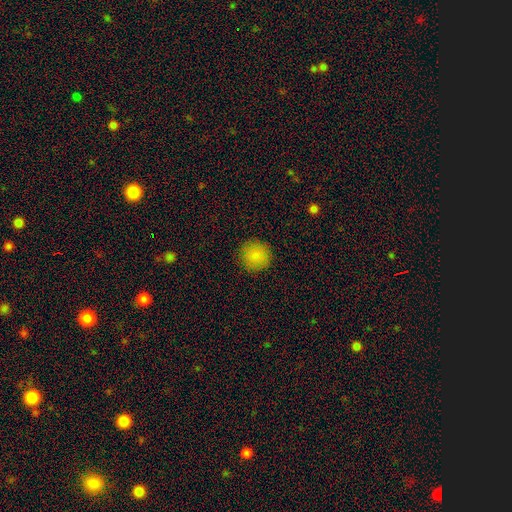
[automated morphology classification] smooth_or_featured: smooth (p=0.86) [alt: star or artifact p=0.10]
how_rounded: round (p=0.94) [alt: in between p=0.05]
merging: none (p=0.90) [alt: minor disturbance p=0.07]